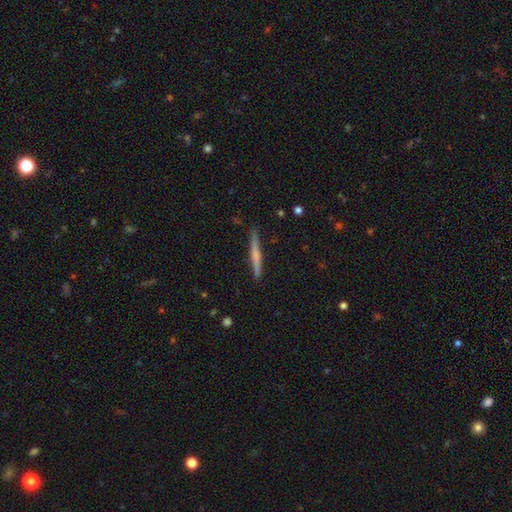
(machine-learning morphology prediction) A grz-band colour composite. It shows a featured or disk galaxy (50%). Merging: none (88%).